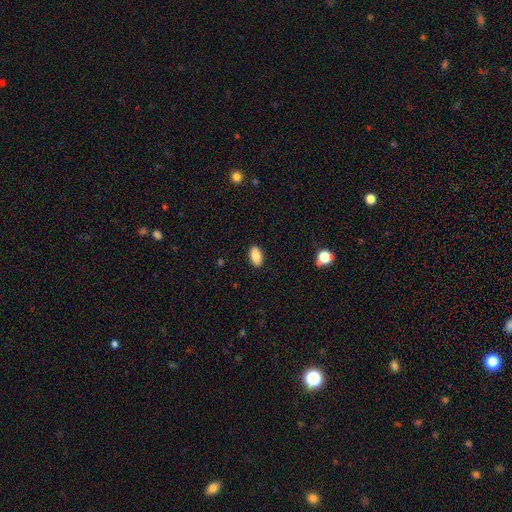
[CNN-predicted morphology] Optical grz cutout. It shows a smooth galaxy with no disk features (86%) that is in between round and cigar-shaped (91%). Merging: none (89%).